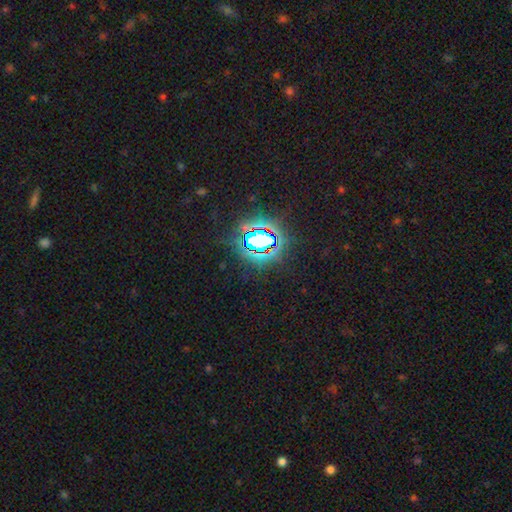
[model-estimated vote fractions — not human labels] The model was most divided on "smooth or featured": star or artifact: 79%, smooth: 12%, featured or disk: 8%.